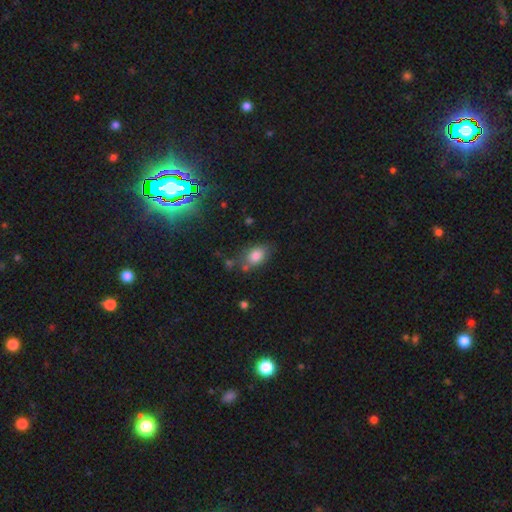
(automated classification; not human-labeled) A smooth galaxy with no disk features (81%) that is in between round and cigar-shaped (80%).

Vote fractions:
- Smooth or featured? smooth: 81% / star or artifact: 10% / featured or disk: 8%
- How rounded? in between: 80% / round: 18% / cigar-shaped: 2%
- Merging? none: 67% / minor disturbance: 20% / merger: 8% / major disturbance: 6%